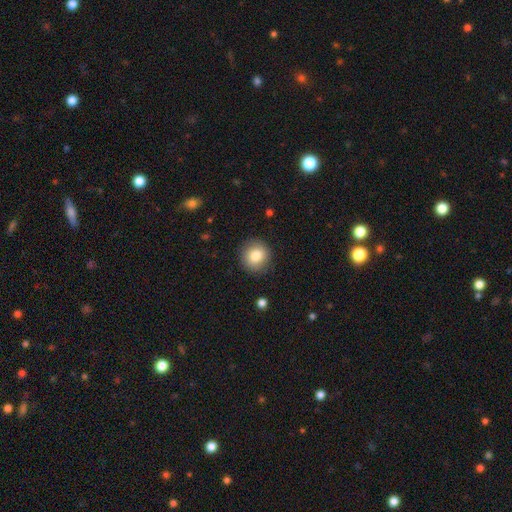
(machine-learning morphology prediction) Smooth or featured?
  - smooth: 82% *
  - star or artifact: 9%
  - featured or disk: 9%
How rounded?
  - round: 92% *
  - in between: 7%
  - cigar-shaped: 1%
Merging?
  - none: 89% *
  - minor disturbance: 8%
  - major disturbance: 2%
  - merger: 1%